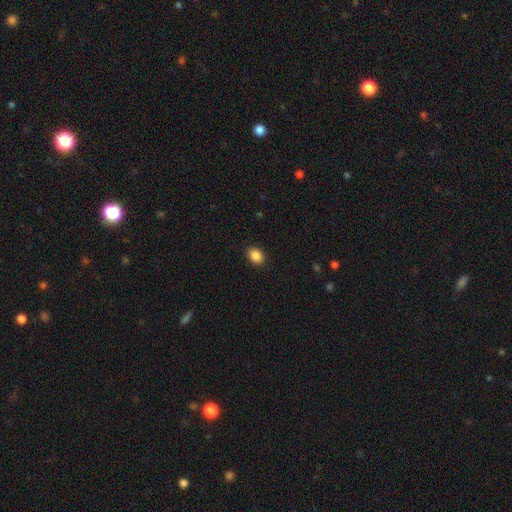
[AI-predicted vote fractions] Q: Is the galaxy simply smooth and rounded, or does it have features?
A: smooth — 88%.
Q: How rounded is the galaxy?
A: in between — 70%.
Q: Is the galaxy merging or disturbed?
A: none — 90%.